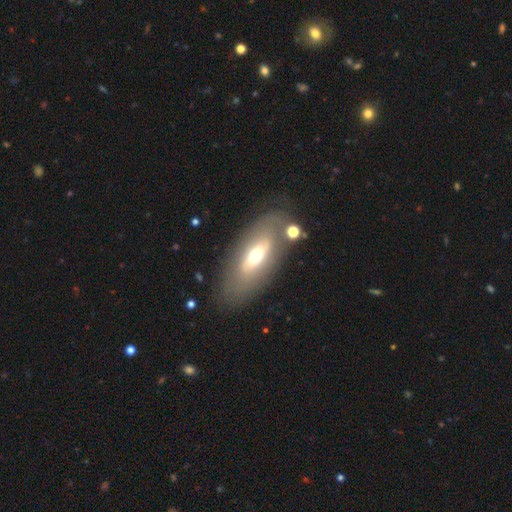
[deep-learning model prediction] smooth_or_featured: featured or disk (p=0.47) [alt: smooth p=0.45]
merging: none (p=0.74) [alt: minor disturbance p=0.14]